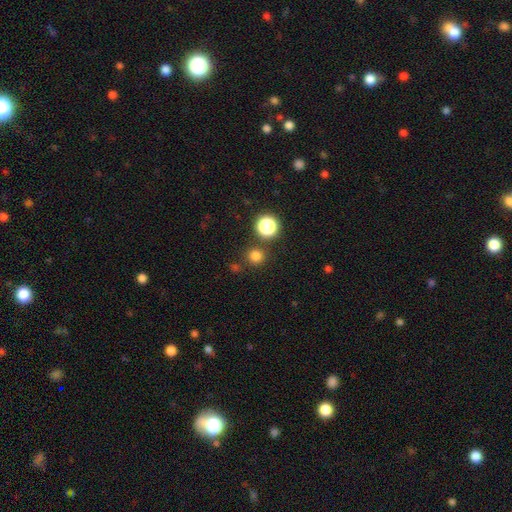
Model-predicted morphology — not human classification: smooth-or-featured: smooth: 77% | star or artifact: 18% | featured or disk: 4%
  how-rounded: round: 94% | in between: 5% | cigar-shaped: 1%
  merging: none: 84% | minor disturbance: 7% | merger: 6% | major disturbance: 3%